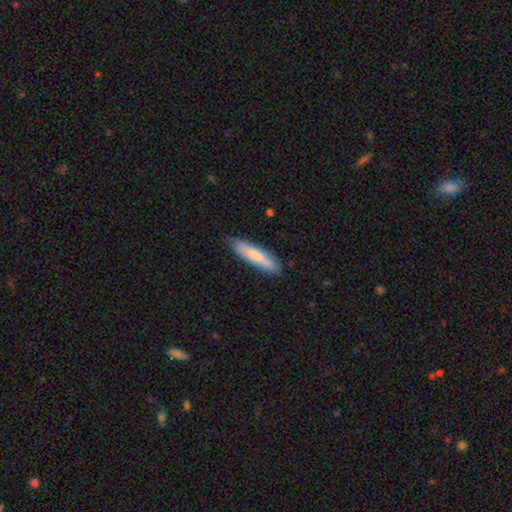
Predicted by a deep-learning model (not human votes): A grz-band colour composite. It shows a smooth galaxy with no disk features (74%) that is cigar-shaped (80%). Merging: none (82%).